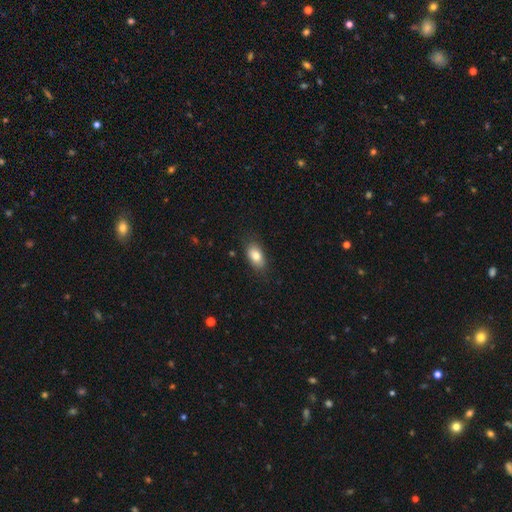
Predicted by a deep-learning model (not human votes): smooth-or-featured: smooth: 82% | featured or disk: 11% | star or artifact: 8%
  how-rounded: in between: 90% | round: 7% | cigar-shaped: 4%
  merging: none: 82% | minor disturbance: 14% | major disturbance: 3% | merger: 1%